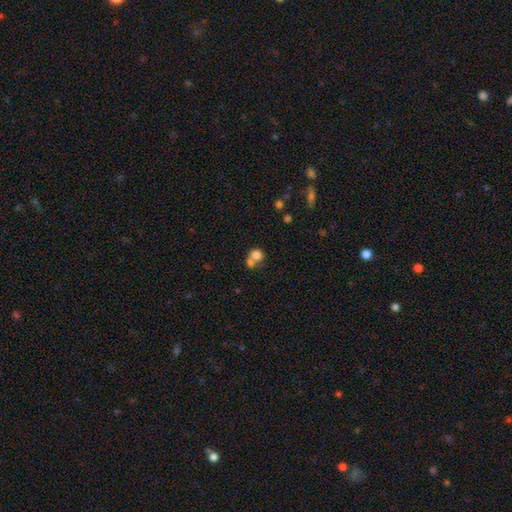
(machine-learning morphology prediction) The model was most divided on "merging": merger: 55%, none: 33%, minor disturbance: 7%, major disturbance: 5%. More confident: smooth or featured — smooth (77%); how rounded — round (74%).